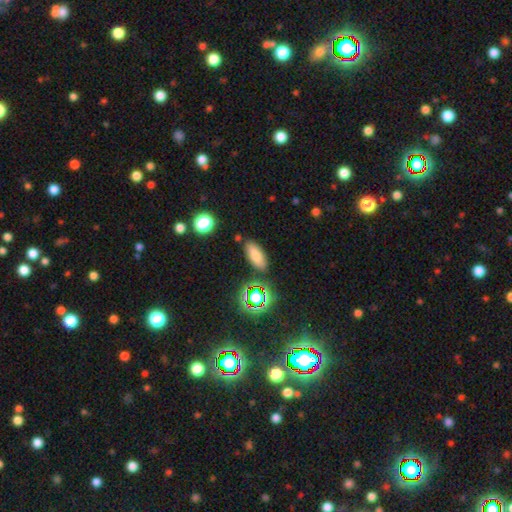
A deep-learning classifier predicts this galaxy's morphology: A smooth galaxy with no disk features (75%) that is in between round and cigar-shaped (79%).

Vote fractions:
- Smooth or featured? smooth: 75% / star or artifact: 16% / featured or disk: 10%
- How rounded? in between: 79% / cigar-shaped: 16% / round: 5%
- Merging? none: 82% / minor disturbance: 11% / merger: 4% / major disturbance: 3%